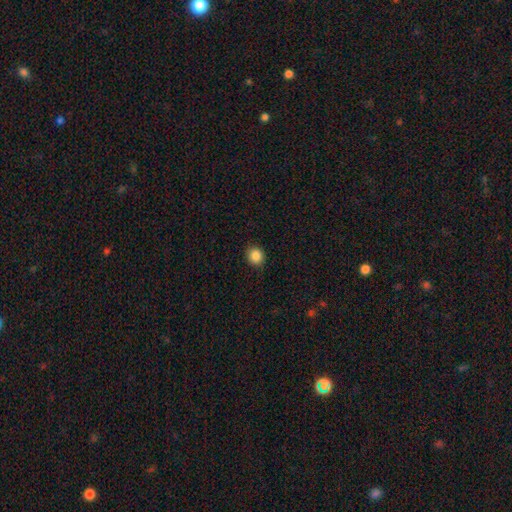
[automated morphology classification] Smooth or featured? Predicted: smooth (p=0.86). How rounded? Predicted: round (p=0.82). Merging? Predicted: none (p=0.88).